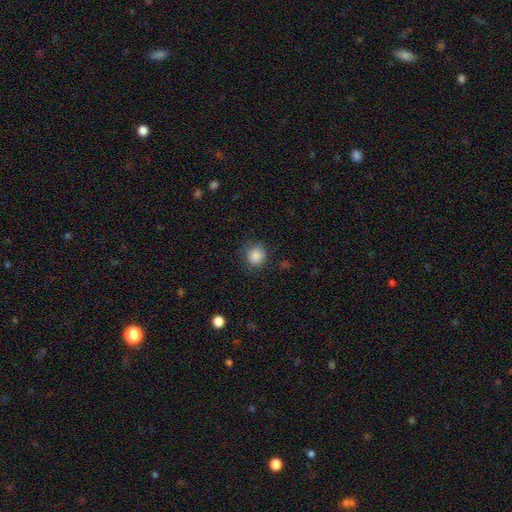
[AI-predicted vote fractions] This appears to be a smooth galaxy with no disk features (87%) that is round (87%). Merging: none (81%).